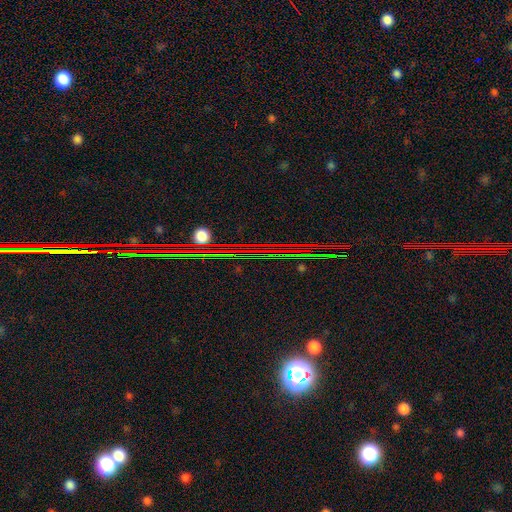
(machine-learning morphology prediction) Smooth or featured? Predicted: star or artifact (p=0.79).